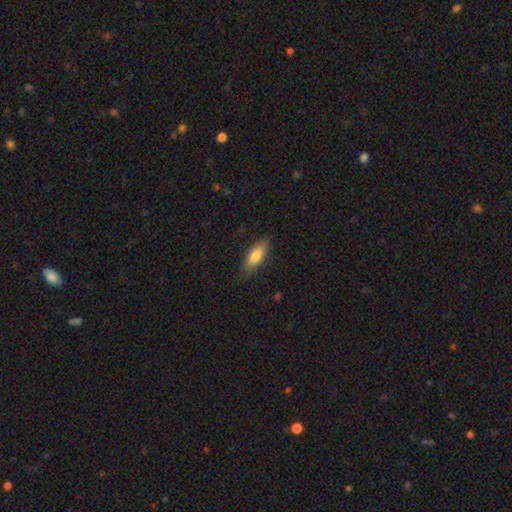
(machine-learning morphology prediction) Q: Smooth or featured?
A: smooth (79%); runner-up: featured or disk (15%)
Q: How rounded?
A: in between (68%); runner-up: cigar-shaped (30%)
Q: Merging?
A: none (83%); runner-up: minor disturbance (13%)